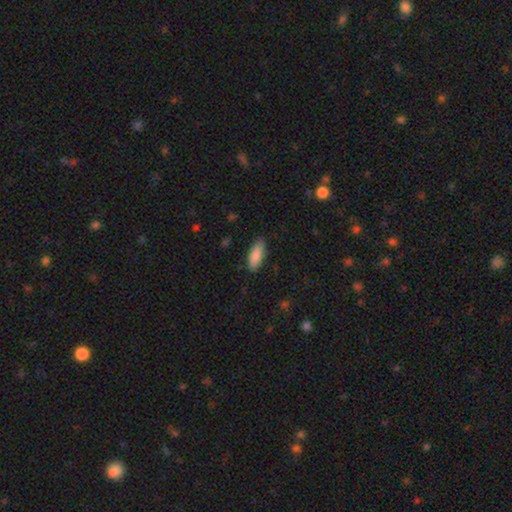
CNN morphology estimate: type=smooth (88%); roundness=in between (74%); merging=none (85%).